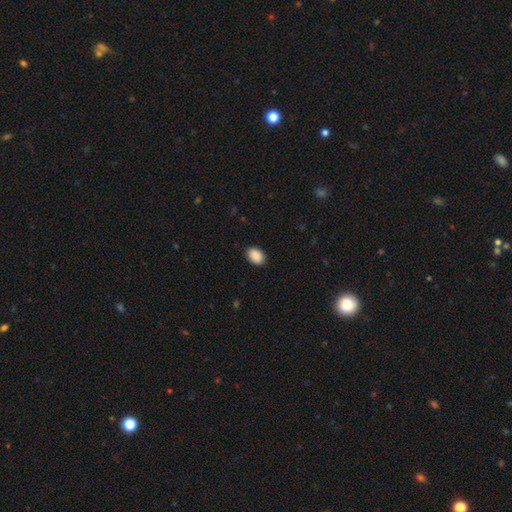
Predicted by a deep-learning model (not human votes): Smooth or featured: smooth — 90% (star or artifact — 7%)
How rounded: in between — 81% (round — 18%)
Merging: none — 89% (minor disturbance — 8%)